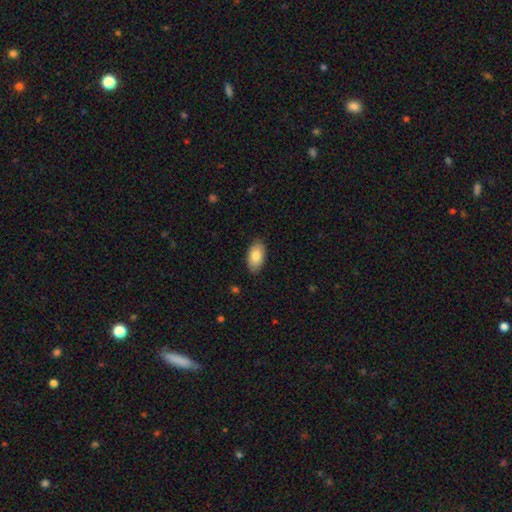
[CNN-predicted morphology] Smooth or featured?
  - smooth: 83% *
  - featured or disk: 11%
  - star or artifact: 6%
How rounded?
  - in between: 94% *
  - round: 3%
  - cigar-shaped: 2%
Merging?
  - none: 86% *
  - minor disturbance: 11%
  - major disturbance: 2%
  - merger: 1%